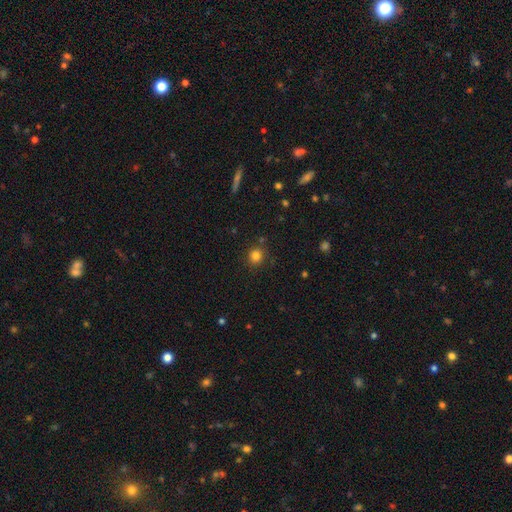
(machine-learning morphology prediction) Smooth or featured?
  - smooth: 82% *
  - star or artifact: 14%
  - featured or disk: 5%
How rounded?
  - round: 89% *
  - in between: 10%
  - cigar-shaped: 1%
Merging?
  - none: 85% *
  - minor disturbance: 9%
  - merger: 3%
  - major disturbance: 3%